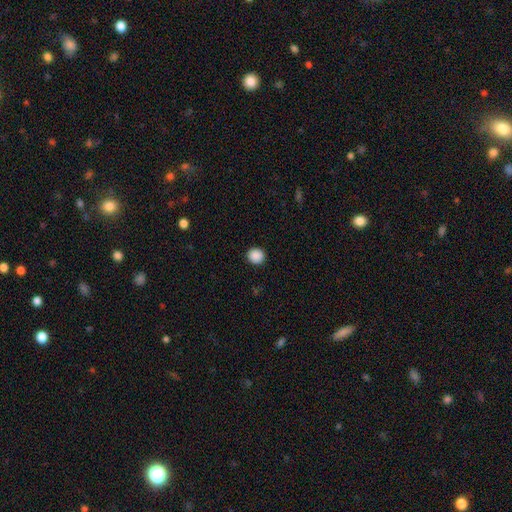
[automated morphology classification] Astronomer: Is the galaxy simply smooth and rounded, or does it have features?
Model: smooth — 89%.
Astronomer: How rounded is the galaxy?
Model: round — 84%.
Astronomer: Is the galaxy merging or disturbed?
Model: none — 92%.